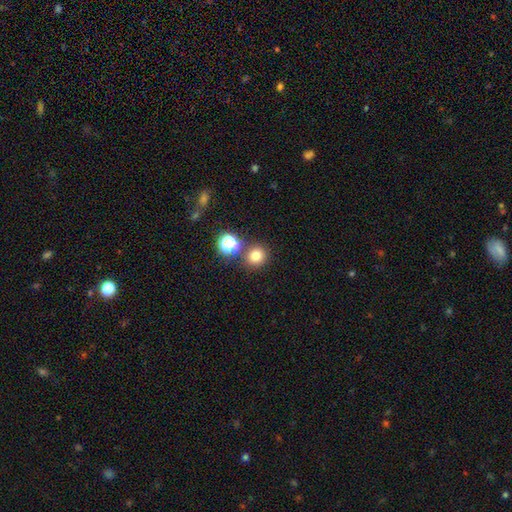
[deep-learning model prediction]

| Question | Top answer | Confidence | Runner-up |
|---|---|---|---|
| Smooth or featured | smooth | 77% | star or artifact (17%) |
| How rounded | round | 88% | in between (11%) |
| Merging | none | 77% | merger (12%) |